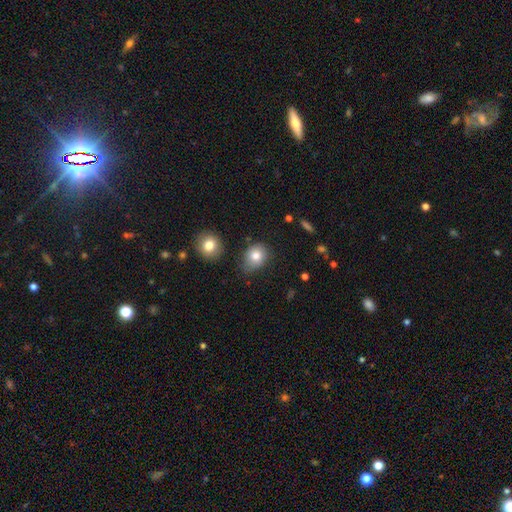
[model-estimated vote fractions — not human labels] Smooth or featured? Predicted: smooth (p=0.80). How rounded? Predicted: round (p=0.52). Merging? Predicted: none (p=0.63).